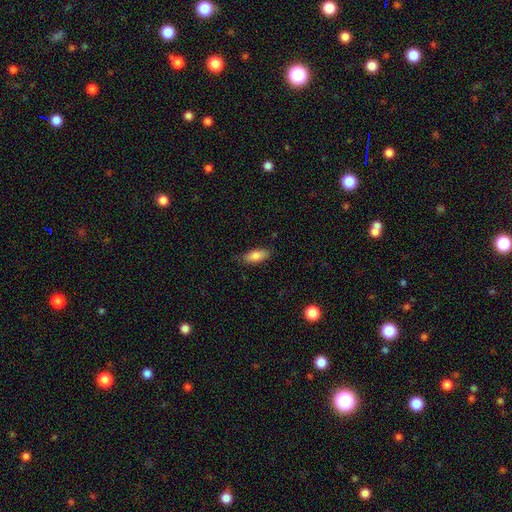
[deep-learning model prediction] smooth-or-featured: smooth: 82% | featured or disk: 11% | star or artifact: 7%
  how-rounded: in between: 76% | cigar-shaped: 22% | round: 2%
  merging: none: 79% | minor disturbance: 16% | major disturbance: 3% | merger: 1%